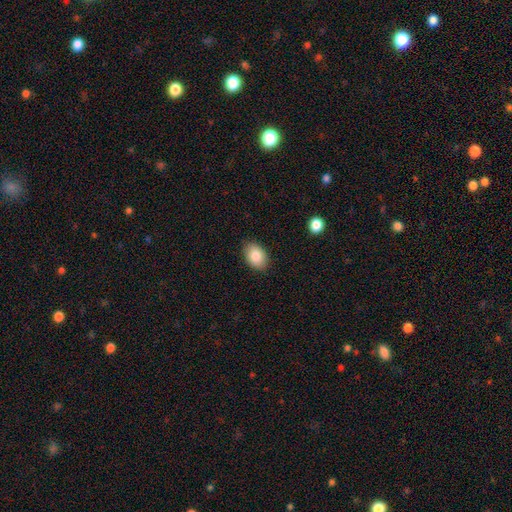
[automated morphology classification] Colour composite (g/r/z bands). It shows a smooth galaxy with no disk features (85%) that is in between round and cigar-shaped (84%). Merging: none (87%).